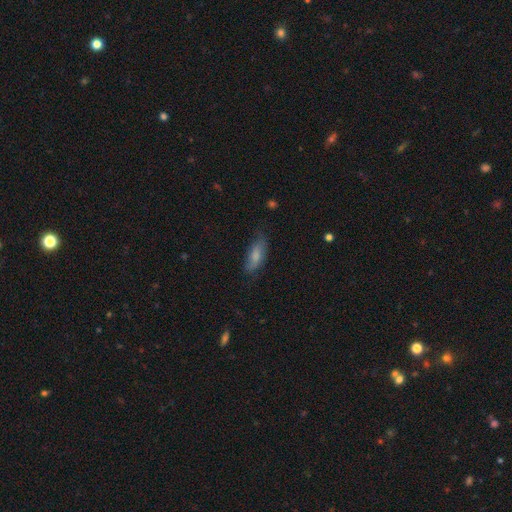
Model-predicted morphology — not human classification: Smooth or featured? smooth (73%)
How rounded? in between (72%)
Merging? none (66%)